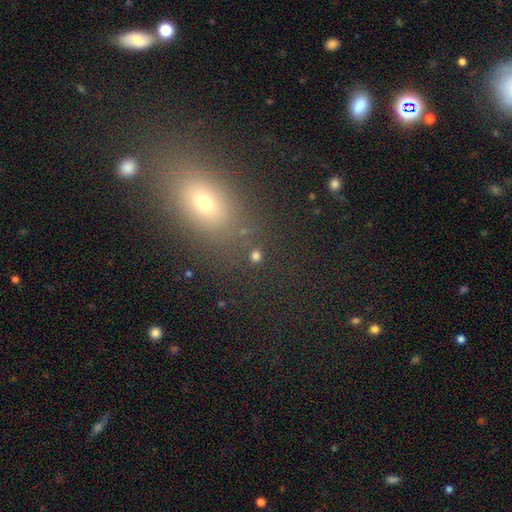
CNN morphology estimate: Smooth or featured? Predicted: smooth (p=0.74). How rounded? Predicted: round (p=0.78). Merging? Predicted: none (p=0.83).